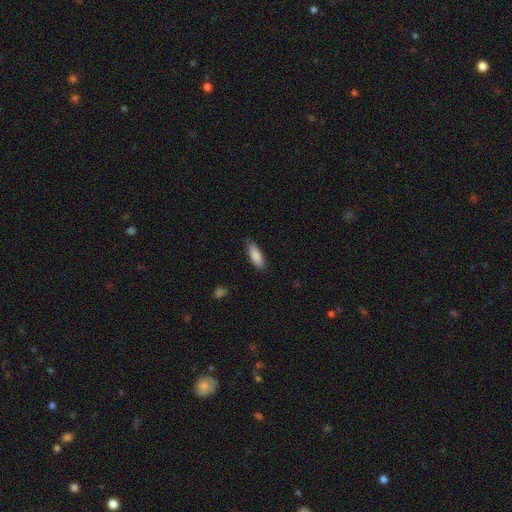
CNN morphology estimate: smooth_or_featured: smooth (p=0.87) [alt: featured or disk p=0.07]
how_rounded: in between (p=0.62) [alt: cigar-shaped p=0.36]
merging: none (p=0.82) [alt: minor disturbance p=0.15]